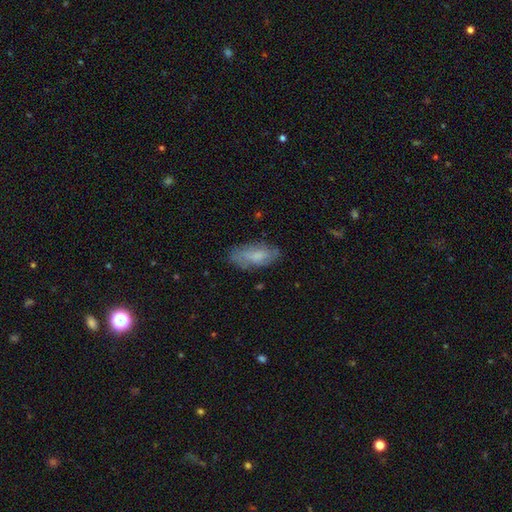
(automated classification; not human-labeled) smooth-or-featured: smooth: 64% | featured or disk: 29% | star or artifact: 7%
  how-rounded: in between: 83% | cigar-shaped: 15% | round: 2%
  merging: none: 70% | minor disturbance: 22% | major disturbance: 6% | merger: 2%